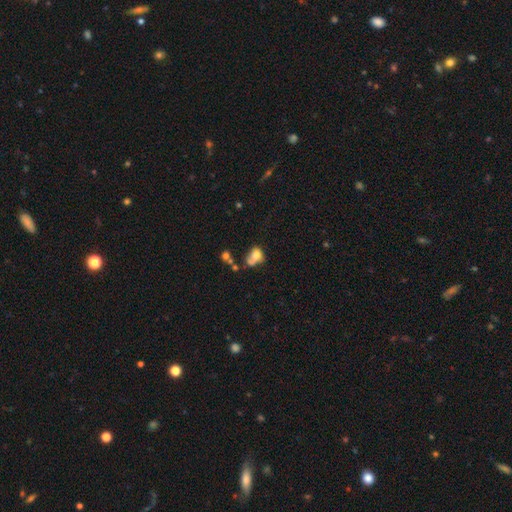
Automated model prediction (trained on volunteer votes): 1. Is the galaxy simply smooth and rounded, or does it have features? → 67% smooth, 20% featured or disk, 13% star or artifact.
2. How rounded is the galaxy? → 70% in between, 28% round, 2% cigar-shaped.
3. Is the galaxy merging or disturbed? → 37% merger, 23% none, 21% major disturbance, 19% minor disturbance.